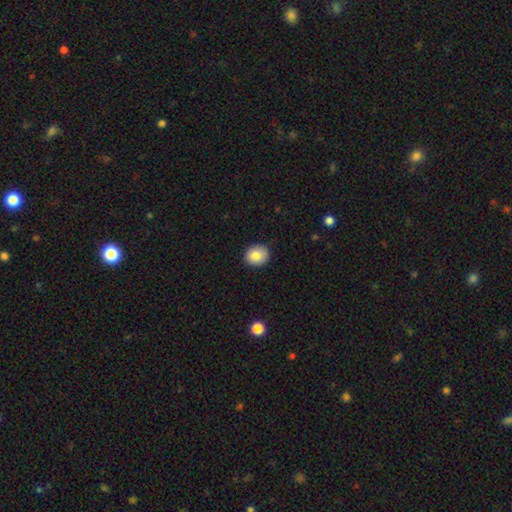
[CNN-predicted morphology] Smooth or featured? smooth (84%)
How rounded? round (72%)
Merging? none (89%)